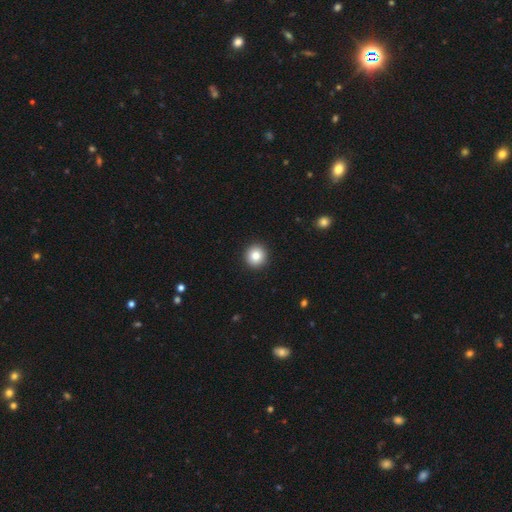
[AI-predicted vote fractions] This appears to be a smooth galaxy with no disk features (84%) that is round (94%). Merging: none (93%).